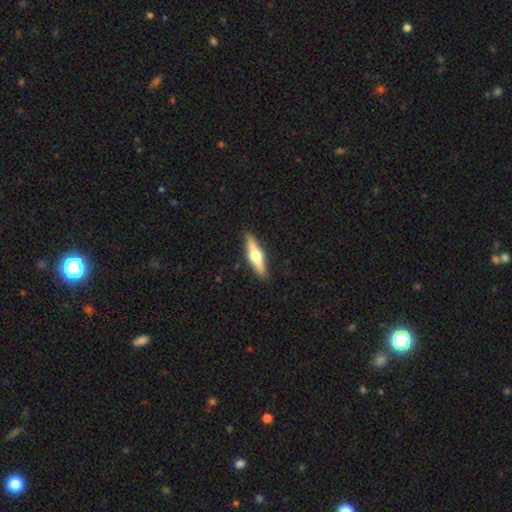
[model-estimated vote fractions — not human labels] The model was most divided on "smooth or featured": featured or disk: 60%, smooth: 34%, star or artifact: 5%. More confident: edge-on bulge — rounded (95%); edge-on disk — yes (95%); merging — none (91%).